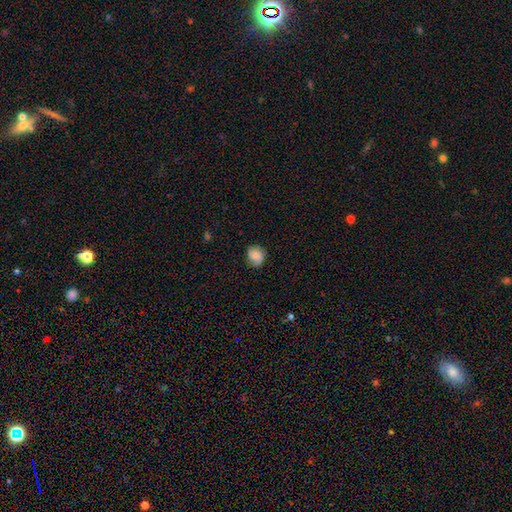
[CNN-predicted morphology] Smooth or featured? Predicted: smooth (p=0.65). How rounded? Predicted: round (p=0.72). Merging? Predicted: none (p=0.73).